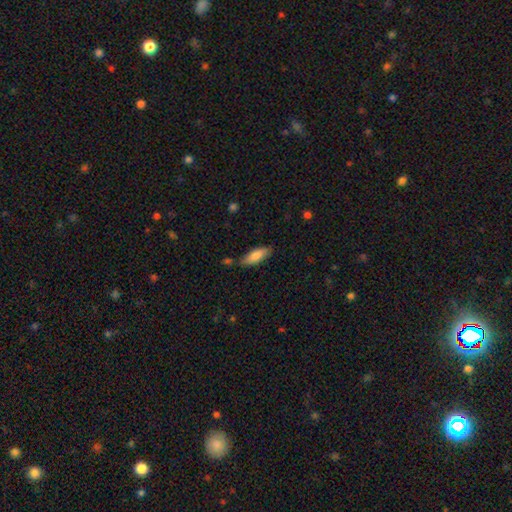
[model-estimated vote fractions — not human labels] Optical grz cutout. It shows a smooth galaxy with no disk features (82%) that is in between round and cigar-shaped (65%). Merging: none (73%).